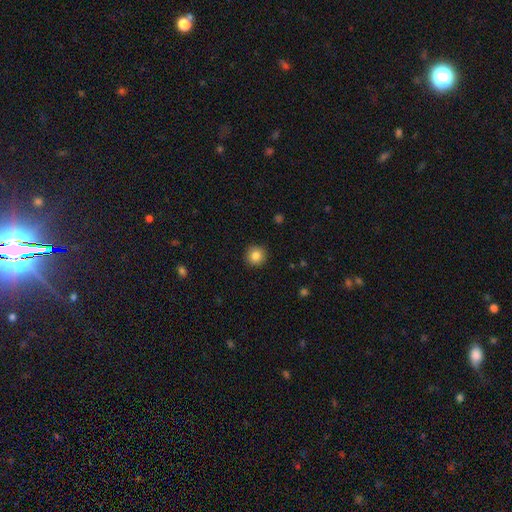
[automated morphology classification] This is clearly a smooth galaxy (84%). How rounded: clearly round (95%). Merging: clearly none (92%).